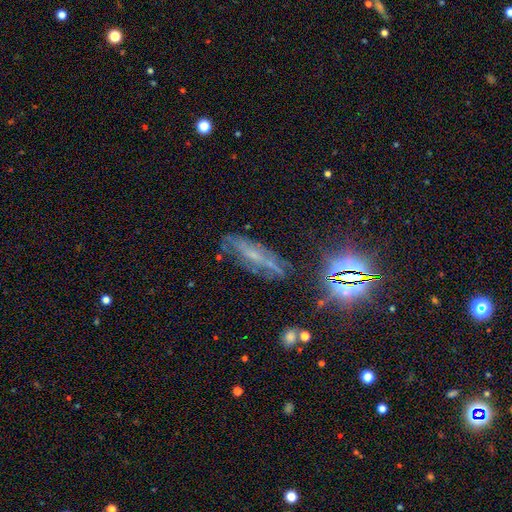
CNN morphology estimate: Overall: featured or disk (51%; star or artifact 28%). Edge-on disk: no (70%). Merging: none (66%).